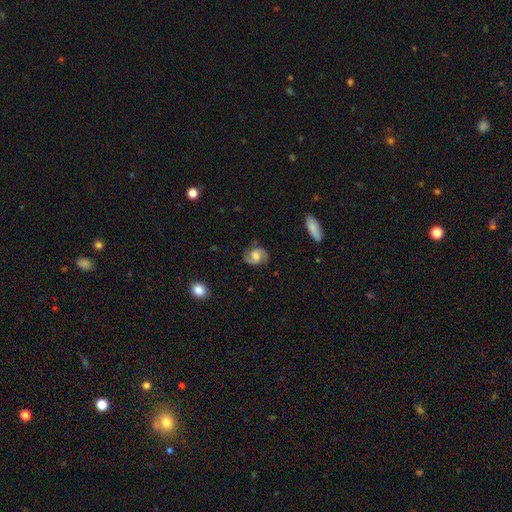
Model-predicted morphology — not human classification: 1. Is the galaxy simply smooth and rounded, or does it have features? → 76% featured or disk, 18% smooth, 7% star or artifact.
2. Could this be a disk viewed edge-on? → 98% no, 2% yes.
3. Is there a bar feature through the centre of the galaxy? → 49% no, 42% weak, 9% strong.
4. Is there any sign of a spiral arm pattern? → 95% yes, 5% no.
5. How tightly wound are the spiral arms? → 52% medium, 24% tight, 24% loose.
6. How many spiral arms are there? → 92% 2, 3% can't tell, 2% 1, 1% 3, 1% 4, 1% more than 4.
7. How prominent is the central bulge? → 59% moderate, 21% small, 13% large, 6% none, 2% dominant.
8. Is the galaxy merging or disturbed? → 81% none, 14% minor disturbance, 4% major disturbance, 1% merger.